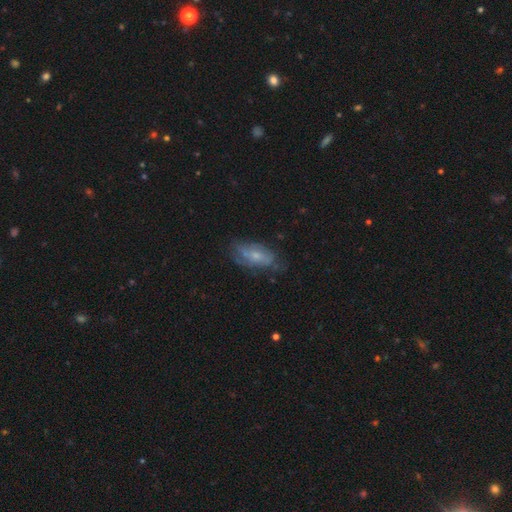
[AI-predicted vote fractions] Smooth or featured: featured or disk — 48% (smooth — 43%)
Merging: none — 58% (minor disturbance — 27%)